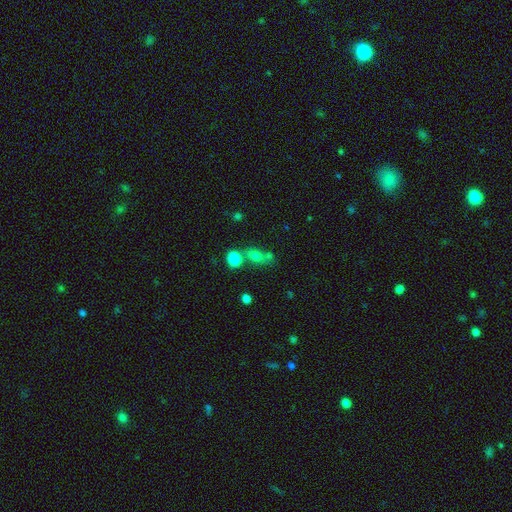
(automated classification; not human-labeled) Q: Smooth or featured?
A: smooth (72%); runner-up: star or artifact (16%)
Q: How rounded?
A: in between (57%); runner-up: round (38%)
Q: Merging?
A: none (45%); runner-up: merger (34%)